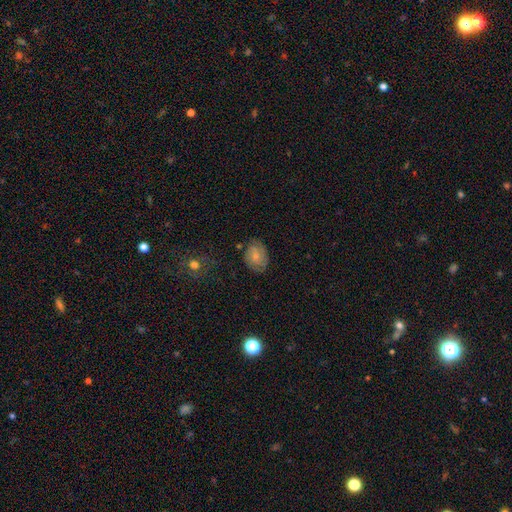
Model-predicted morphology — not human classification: This appears to be a smooth galaxy with no disk features (54%) that is in between round and cigar-shaped (63%). Merging: none (70%).